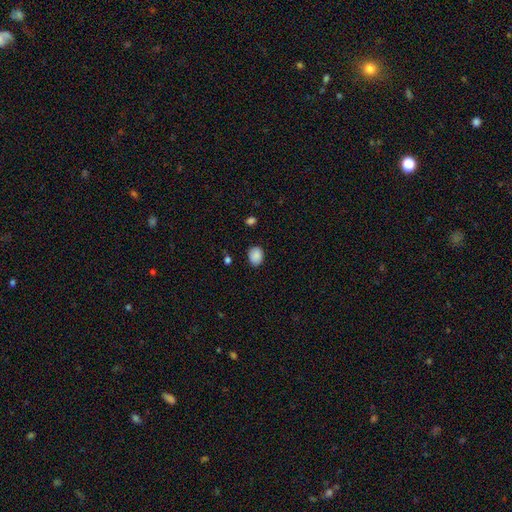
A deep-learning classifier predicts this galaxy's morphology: The model was most divided on "how rounded": in between: 57%, round: 42%, cigar-shaped: 1%. More confident: smooth or featured — smooth (89%); merging — none (84%).